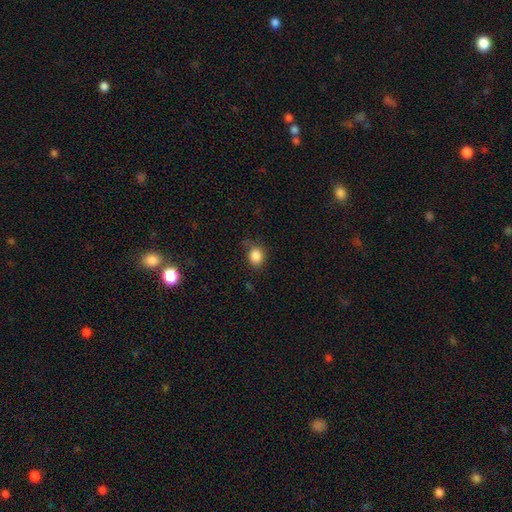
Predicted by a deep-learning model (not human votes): Smooth or featured: smooth — 86% (star or artifact — 10%)
How rounded: round — 58% (in between — 41%)
Merging: none — 70% (minor disturbance — 21%)